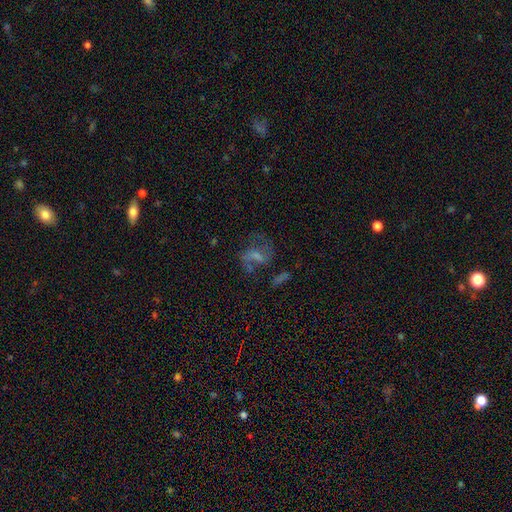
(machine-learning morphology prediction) Smooth or featured? featured or disk (60%)
Edge-on disk? no (96%)
Bar? weak (47%)
Spiral arms? yes (79%)
Bulge size? small (40%)
Merging? none (54%)